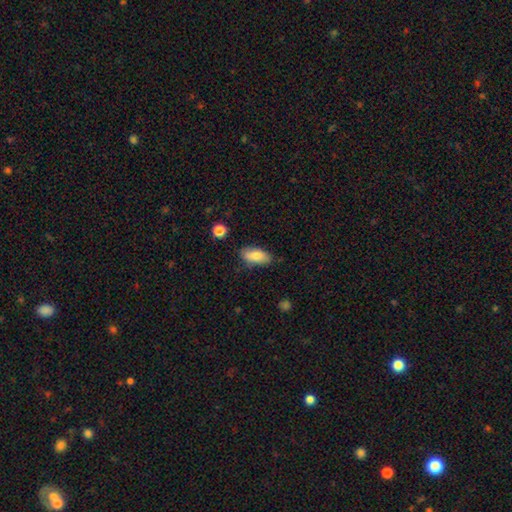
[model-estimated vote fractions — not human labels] smooth 82%, featured or disk 12%, star or artifact 7%. Down the decision tree: how rounded — in between (87%); merging — none (79%).